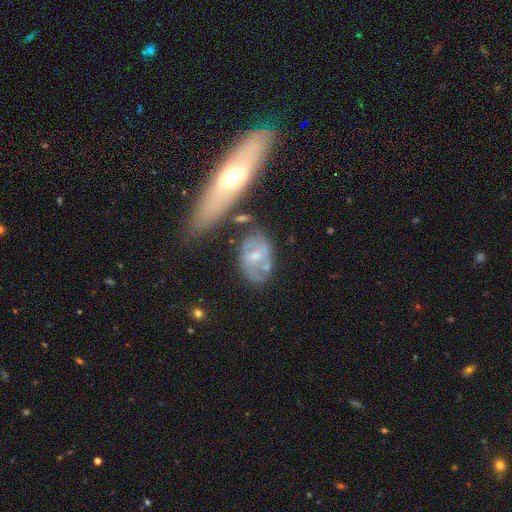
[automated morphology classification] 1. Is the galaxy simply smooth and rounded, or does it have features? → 65% featured or disk, 28% smooth, 7% star or artifact.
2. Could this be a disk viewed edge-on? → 93% no, 7% yes.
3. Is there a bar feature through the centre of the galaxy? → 48% no, 41% weak, 10% strong.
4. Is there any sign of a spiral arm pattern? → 69% yes, 31% no.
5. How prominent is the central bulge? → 57% small, 30% moderate, 9% none, 2% large, 1% dominant.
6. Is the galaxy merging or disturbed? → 55% none, 21% minor disturbance, 13% merger, 11% major disturbance.